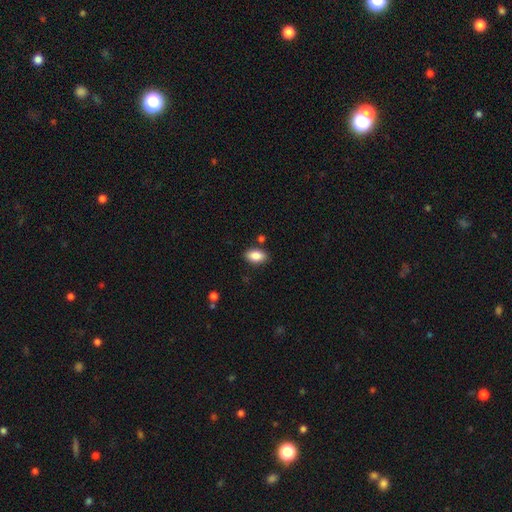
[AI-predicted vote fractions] smooth 87%, star or artifact 7%, featured or disk 5%. Down the decision tree: how rounded — in between (92%); merging — none (84%).